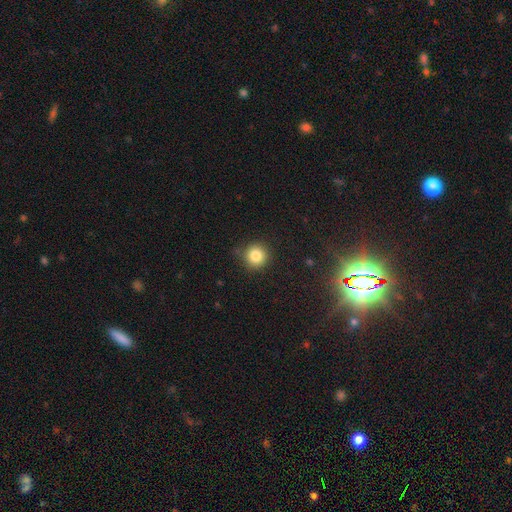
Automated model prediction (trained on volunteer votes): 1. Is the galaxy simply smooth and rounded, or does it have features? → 84% smooth, 11% star or artifact, 6% featured or disk.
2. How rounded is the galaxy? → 94% round, 6% in between, 1% cigar-shaped.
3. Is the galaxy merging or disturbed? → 85% none, 10% minor disturbance, 3% major disturbance, 2% merger.